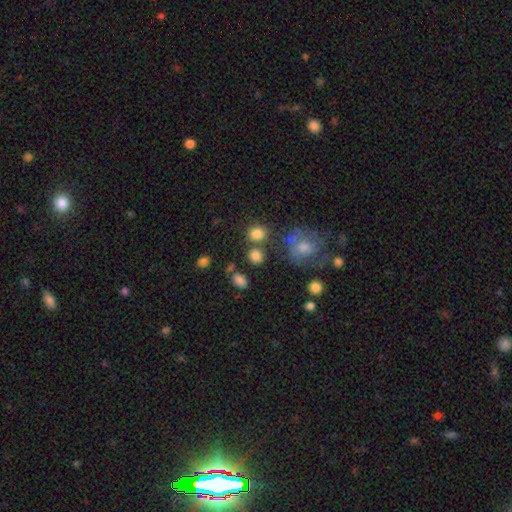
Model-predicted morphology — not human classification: Smooth or featured: smooth — 81% (star or artifact — 12%)
How rounded: round — 74% (in between — 25%)
Merging: none — 69% (merger — 15%)